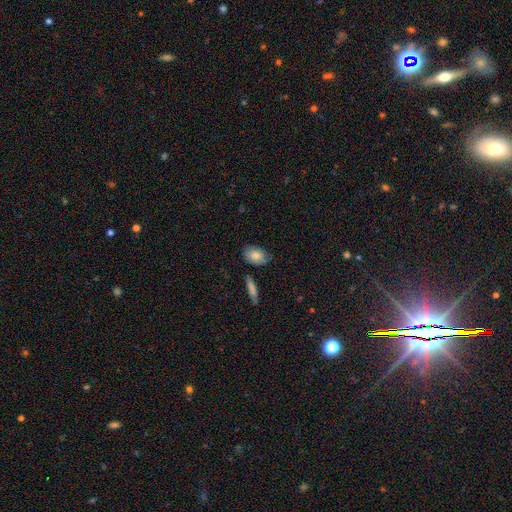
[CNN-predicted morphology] smooth_or_featured: smooth (p=0.77) [alt: featured or disk p=0.16]
how_rounded: in between (p=0.84) [alt: round p=0.13]
merging: none (p=0.70) [alt: minor disturbance p=0.22]